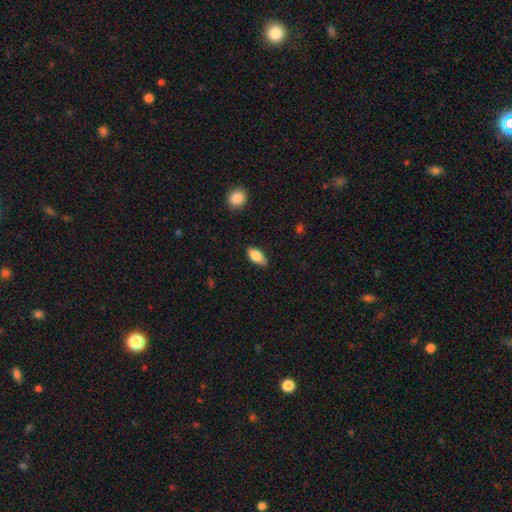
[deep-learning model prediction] This is clearly a smooth galaxy (83%). How rounded: clearly in between (88%). Merging: clearly none (80%).